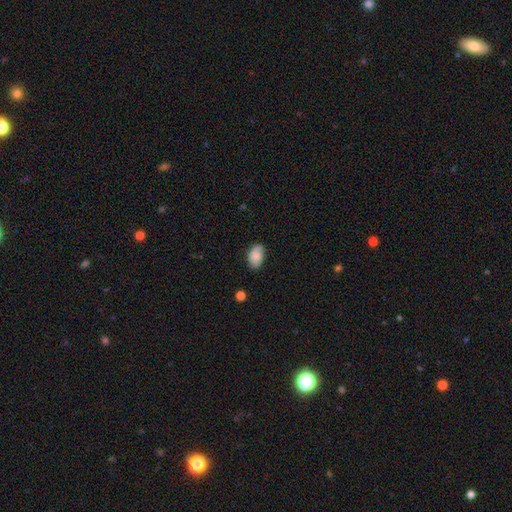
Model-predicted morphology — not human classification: A smooth galaxy with no disk features (82%) that is in between round and cigar-shaped (90%).

Vote fractions:
- Smooth or featured? smooth: 82% / featured or disk: 10% / star or artifact: 7%
- How rounded? in between: 90% / round: 8% / cigar-shaped: 1%
- Merging? none: 79% / minor disturbance: 17% / major disturbance: 3% / merger: 1%